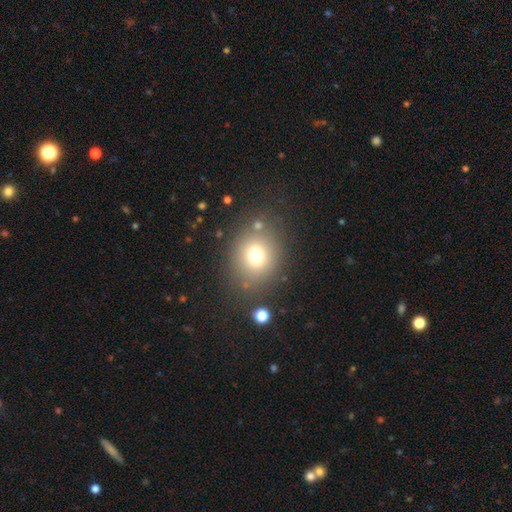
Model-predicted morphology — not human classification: Smooth or featured?
  - smooth: 72% *
  - star or artifact: 16%
  - featured or disk: 12%
How rounded?
  - round: 74% *
  - in between: 25%
  - cigar-shaped: 1%
Merging?
  - none: 78% *
  - minor disturbance: 11%
  - major disturbance: 6%
  - merger: 5%